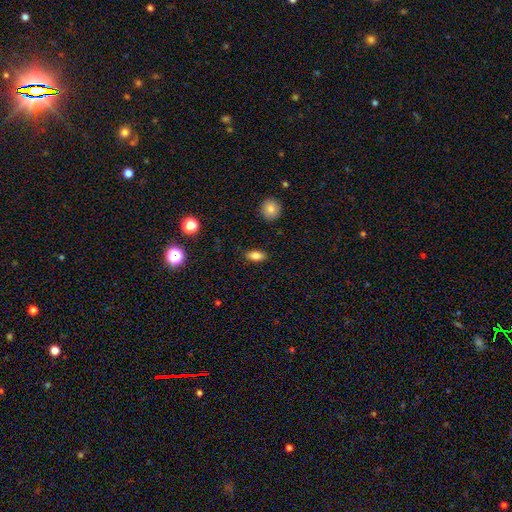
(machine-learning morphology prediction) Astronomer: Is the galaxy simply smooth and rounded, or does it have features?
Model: smooth — 82%.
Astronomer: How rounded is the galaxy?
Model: in between — 86%.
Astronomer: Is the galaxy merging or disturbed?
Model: none — 87%.